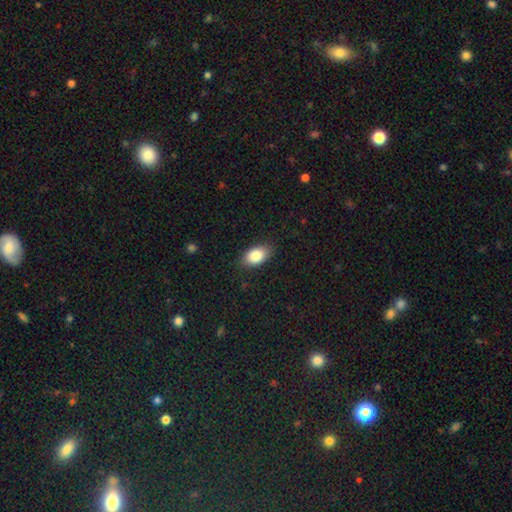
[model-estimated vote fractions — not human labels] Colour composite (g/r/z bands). It shows a smooth galaxy with no disk features (85%) that is in between round and cigar-shaped (90%). Merging: none (84%).